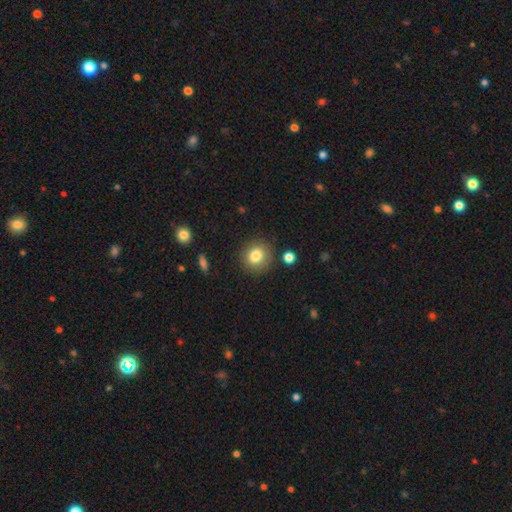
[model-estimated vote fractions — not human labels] Smooth or featured? Predicted: smooth (p=0.82). How rounded? Predicted: round (p=0.82). Merging? Predicted: none (p=0.86).